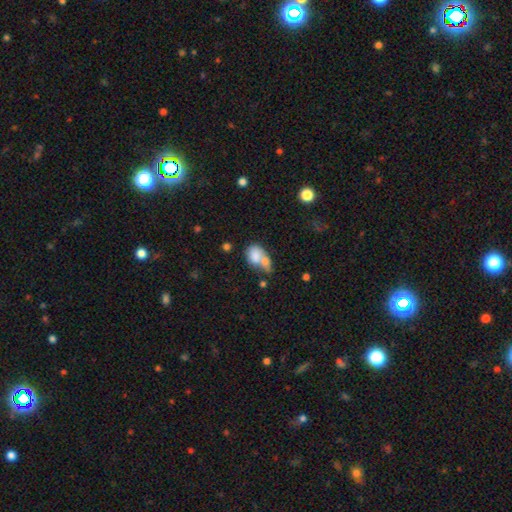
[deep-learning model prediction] Smooth or featured? smooth (76%)
How rounded? in between (74%)
Merging? merger (63%)